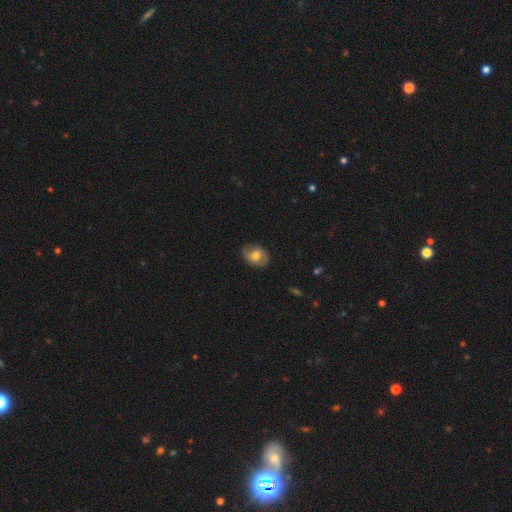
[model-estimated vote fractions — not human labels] Smooth or featured: smooth — 57% (featured or disk — 35%)
How rounded: in between — 58% (round — 40%)
Merging: none — 79% (minor disturbance — 15%)